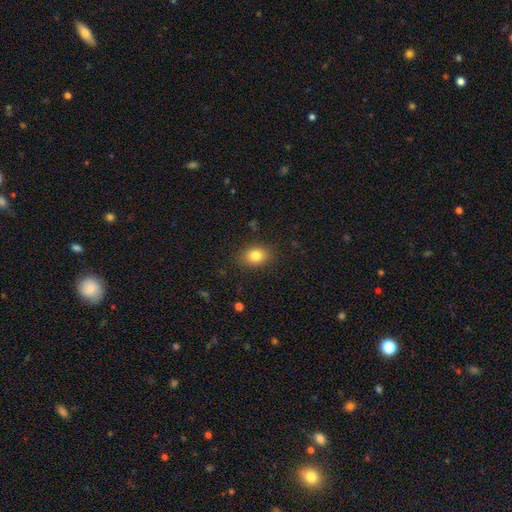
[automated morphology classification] Smooth or featured: smooth — 82% (star or artifact — 11%)
How rounded: in between — 59% (round — 40%)
Merging: none — 86% (minor disturbance — 10%)